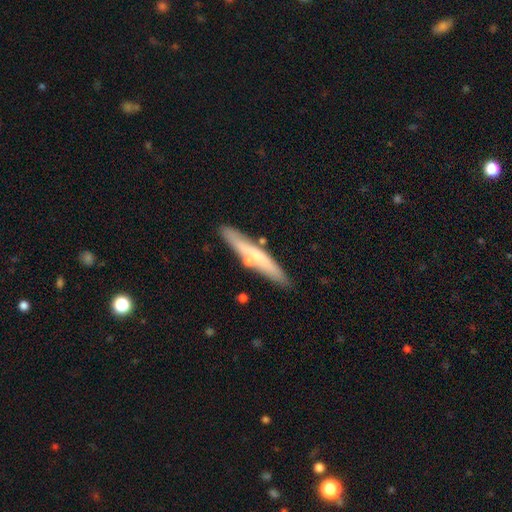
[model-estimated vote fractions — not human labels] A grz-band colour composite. It shows a smooth galaxy with no disk features (52%) that is cigar-shaped (92%). Merging: none (80%).